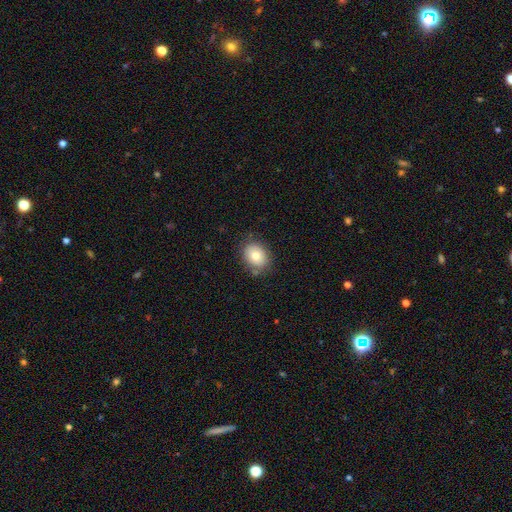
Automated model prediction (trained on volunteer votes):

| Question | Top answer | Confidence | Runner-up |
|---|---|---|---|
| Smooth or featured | smooth | 77% | featured or disk (14%) |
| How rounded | in between | 52% | round (48%) |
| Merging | none | 80% | minor disturbance (14%) |